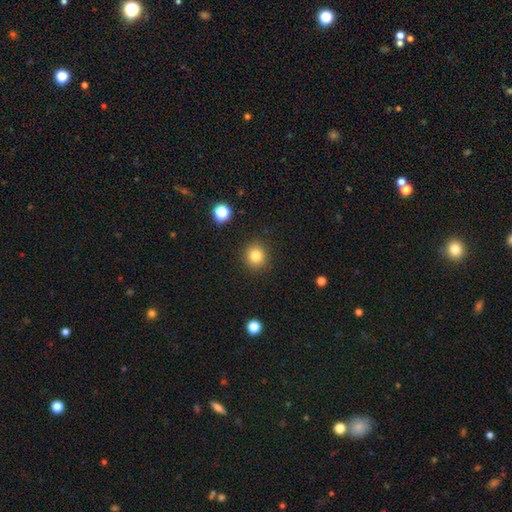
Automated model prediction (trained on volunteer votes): A smooth galaxy with no disk features (82%) that is round (89%).

Vote fractions:
- Smooth or featured? smooth: 82% / star or artifact: 12% / featured or disk: 6%
- How rounded? round: 89% / in between: 11% / cigar-shaped: 1%
- Merging? none: 90% / minor disturbance: 6% / major disturbance: 2% / merger: 1%